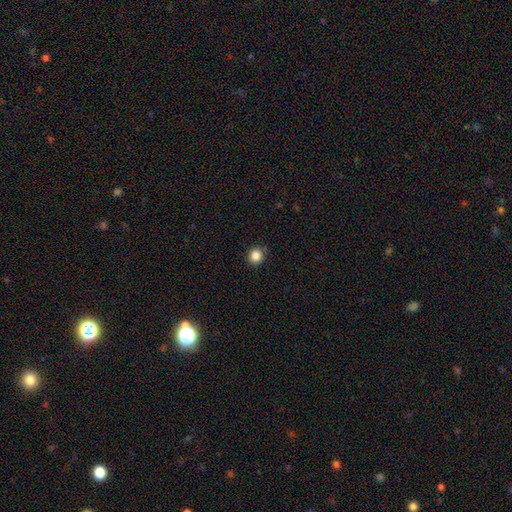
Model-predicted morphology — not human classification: Smooth or featured? Predicted: smooth (p=0.85). How rounded? Predicted: round (p=0.88). Merging? Predicted: none (p=0.89).